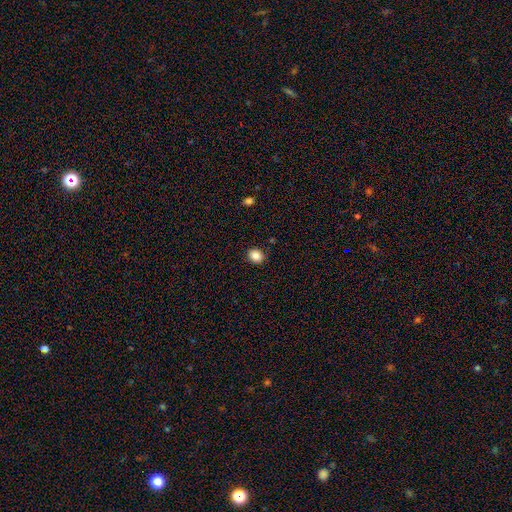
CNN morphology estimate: Smooth or featured?
  - smooth: 86% *
  - star or artifact: 10%
  - featured or disk: 4%
How rounded?
  - round: 72% *
  - in between: 27%
  - cigar-shaped: 1%
Merging?
  - none: 88% *
  - minor disturbance: 9%
  - major disturbance: 2%
  - merger: 1%